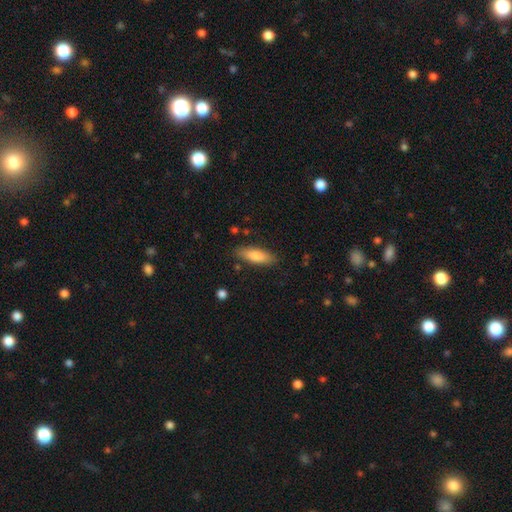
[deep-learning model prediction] A smooth galaxy with no disk features (80%) that is in between round and cigar-shaped (54%). Merging: none (85%).